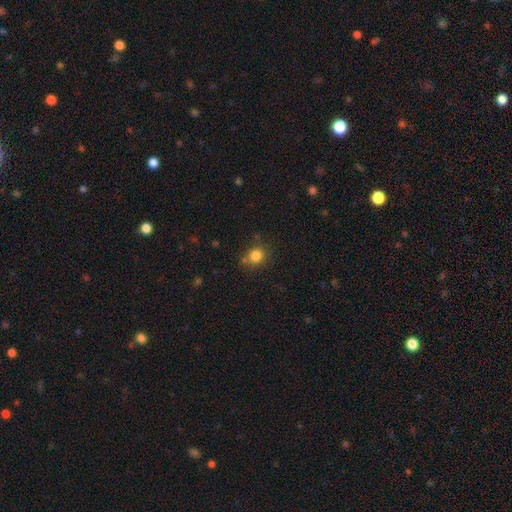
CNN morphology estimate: smooth 82%, star or artifact 12%, featured or disk 6%. Down the decision tree: how rounded — round (78%); merging — none (72%).